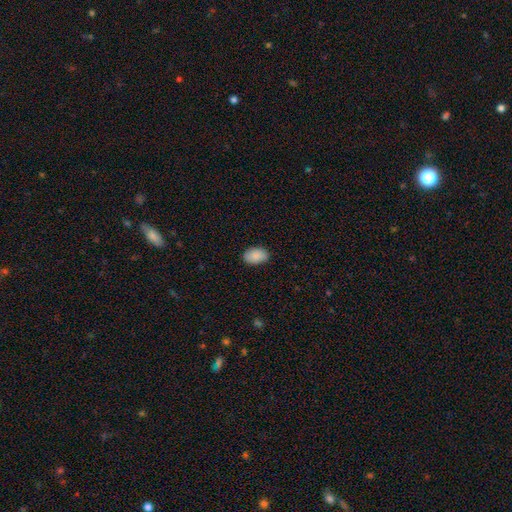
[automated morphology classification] A smooth galaxy with no disk features (89%) that is in between round and cigar-shaped (88%).

Vote fractions:
- Smooth or featured? smooth: 89% / star or artifact: 7% / featured or disk: 5%
- How rounded? in between: 88% / round: 11% / cigar-shaped: 1%
- Merging? none: 85% / minor disturbance: 12% / major disturbance: 2% / merger: 1%